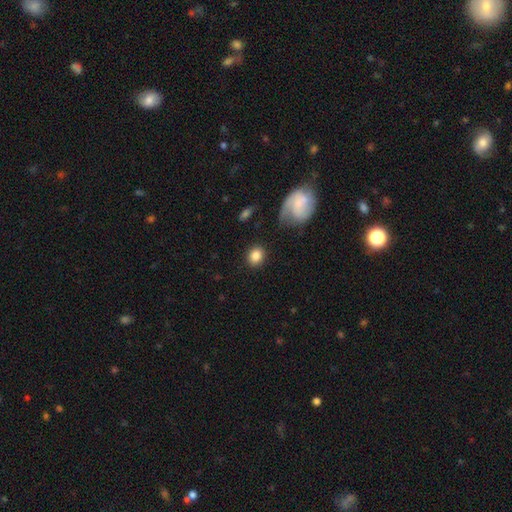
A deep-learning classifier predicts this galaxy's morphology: Overall: smooth (84%). How rounded: round (65%; in between 34%). Merging: none (86%).